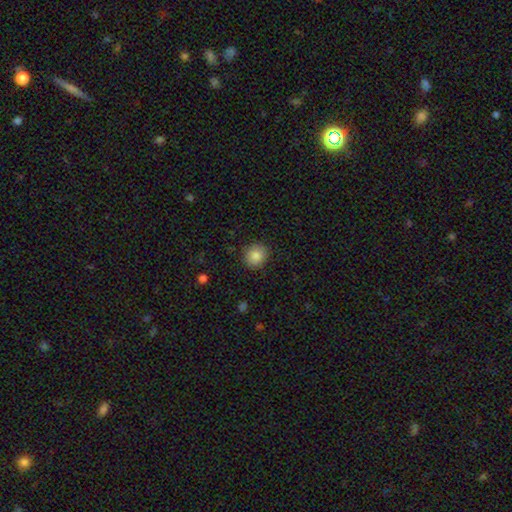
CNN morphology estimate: type=smooth (86%); roundness=round (84%); merging=none (88%).